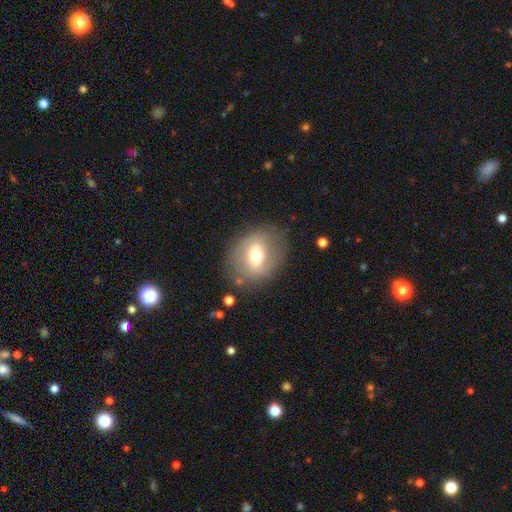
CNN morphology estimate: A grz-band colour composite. It shows a smooth galaxy with no disk features (53%) that is round (54%). Merging: none (74%).